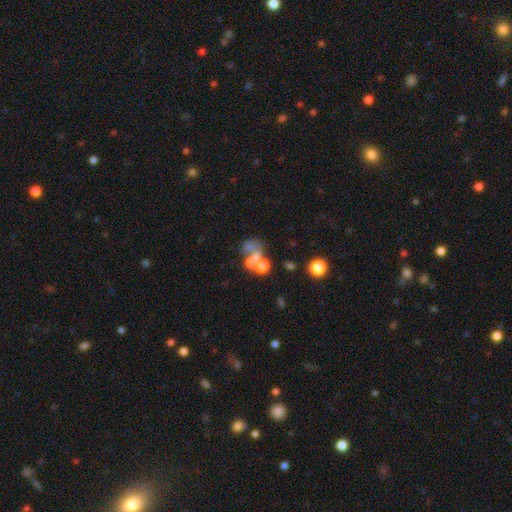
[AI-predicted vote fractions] Morphology: type=smooth (46%); merging=merger (47%).